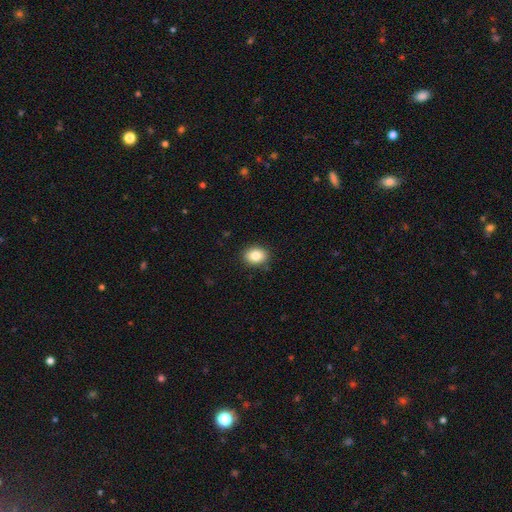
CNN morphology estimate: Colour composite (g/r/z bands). It shows a smooth galaxy with no disk features (84%) that is in between round and cigar-shaped (63%). Merging: none (88%).